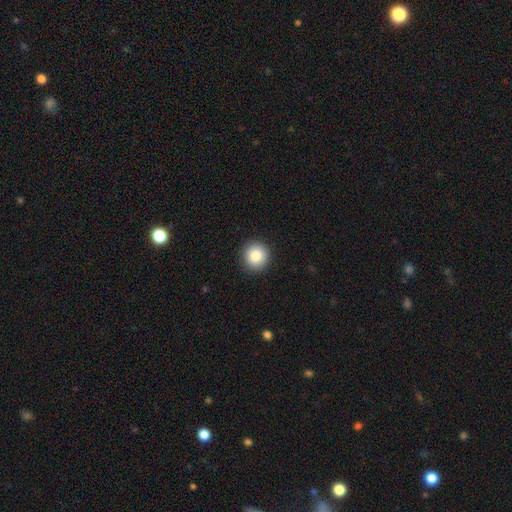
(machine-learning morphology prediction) smooth 86%, star or artifact 9%, featured or disk 5%. Down the decision tree: how rounded — round (94%); merging — none (92%).